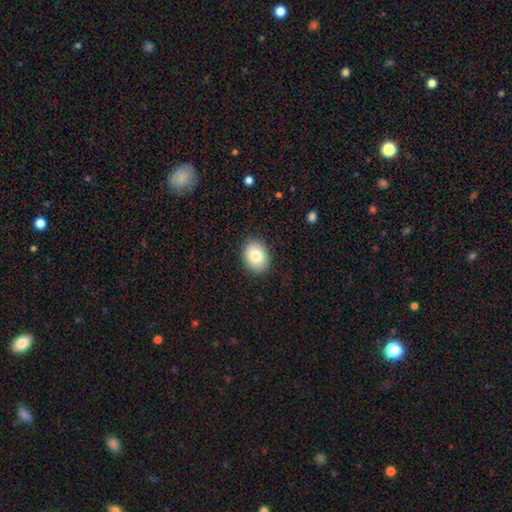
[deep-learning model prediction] A smooth galaxy with no disk features (84%) that is in between round and cigar-shaped (59%).

Vote fractions:
- Smooth or featured? smooth: 84% / featured or disk: 8% / star or artifact: 8%
- How rounded? in between: 59% / round: 40% / cigar-shaped: 1%
- Merging? none: 87% / minor disturbance: 10% / major disturbance: 2% / merger: 1%